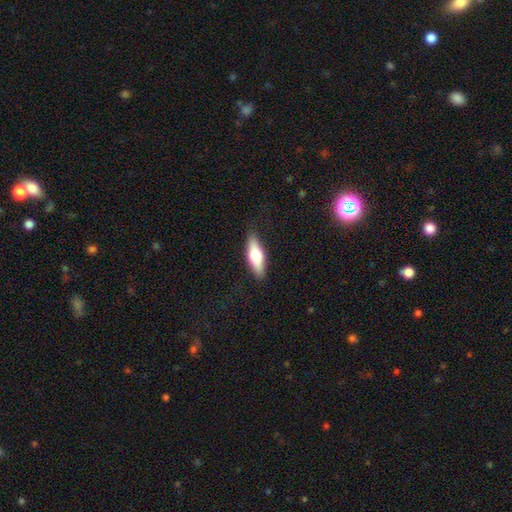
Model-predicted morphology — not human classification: Smooth or featured? smooth (59%)
How rounded? in between (53%)
Merging? none (87%)